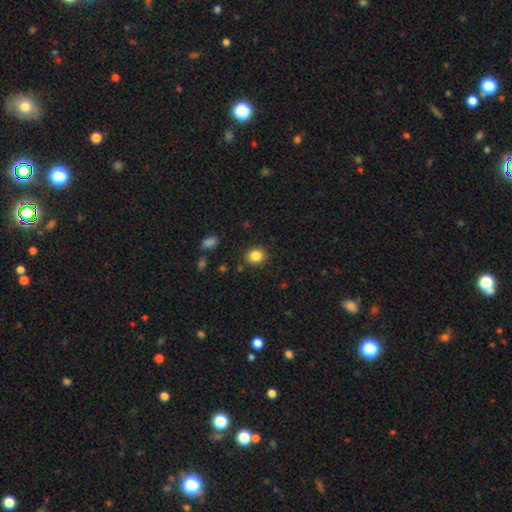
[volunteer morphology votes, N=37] Smooth or featured? smooth (92%)
How rounded? round (76%)
Merging? none (89%)